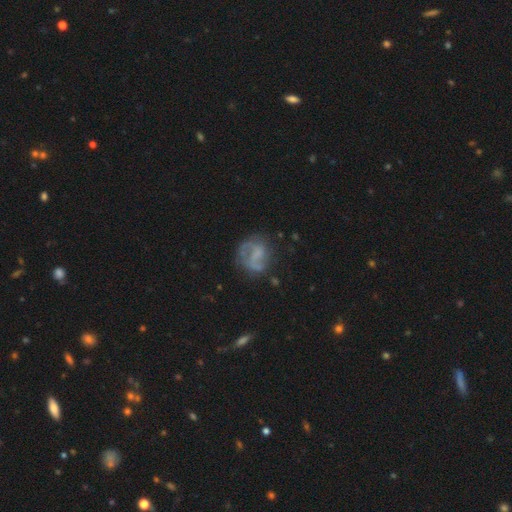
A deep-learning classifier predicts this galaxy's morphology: Smooth or featured? featured or disk (60%)
Edge-on disk? no (98%)
Bar? no (55%)
Spiral arms? yes (72%)
Bulge size? none (62%)
Merging? none (55%)